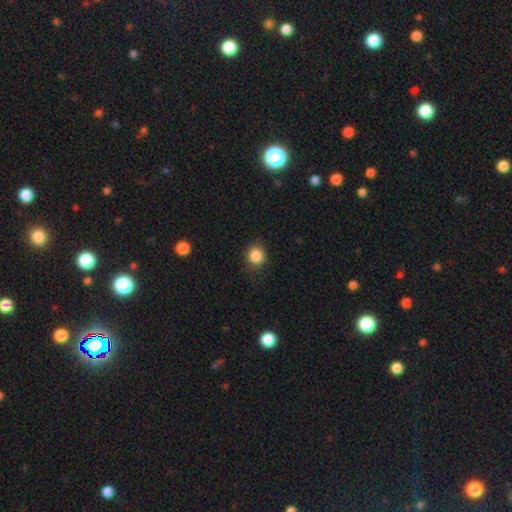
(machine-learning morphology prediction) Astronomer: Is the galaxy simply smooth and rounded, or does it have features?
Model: smooth — 86%.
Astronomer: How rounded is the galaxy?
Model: round — 86%.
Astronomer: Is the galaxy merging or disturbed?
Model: none — 85%.